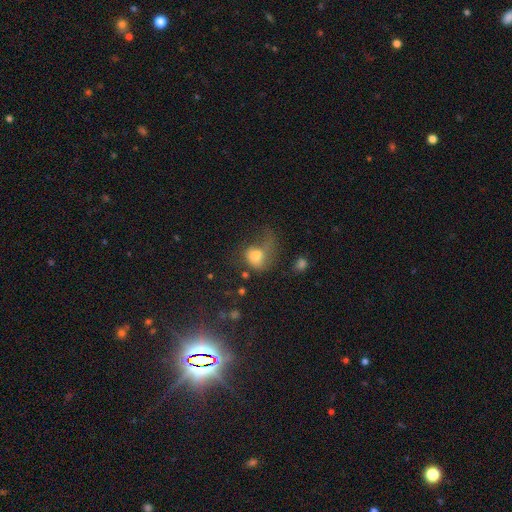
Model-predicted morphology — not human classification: smooth-or-featured: smooth: 67% | featured or disk: 22% | star or artifact: 11%
  how-rounded: in between: 61% | round: 37% | cigar-shaped: 2%
  merging: major disturbance: 53% | none: 17% | minor disturbance: 17% | merger: 12%